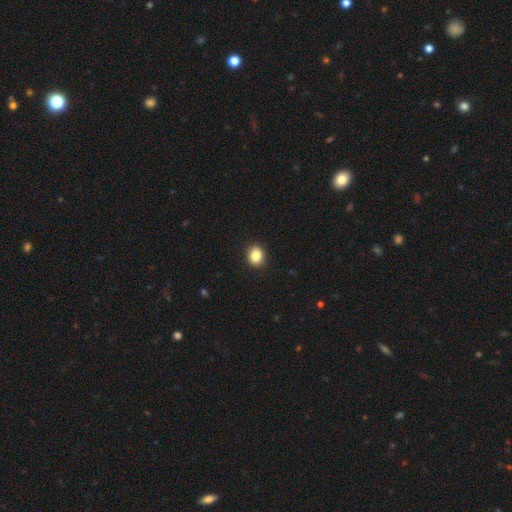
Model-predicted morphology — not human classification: Overall: smooth (86%). How rounded: round (62%; in between 37%). Merging: none (91%).